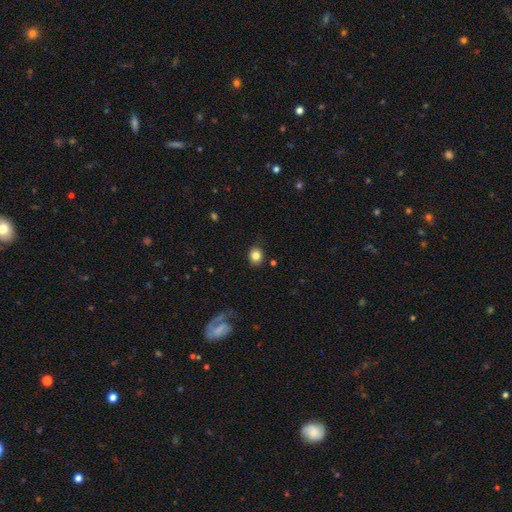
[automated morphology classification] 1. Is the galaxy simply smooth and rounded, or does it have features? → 83% smooth, 10% star or artifact, 7% featured or disk.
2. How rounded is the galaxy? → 68% round, 31% in between, 1% cigar-shaped.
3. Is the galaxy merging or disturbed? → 85% none, 11% minor disturbance, 2% major disturbance, 2% merger.